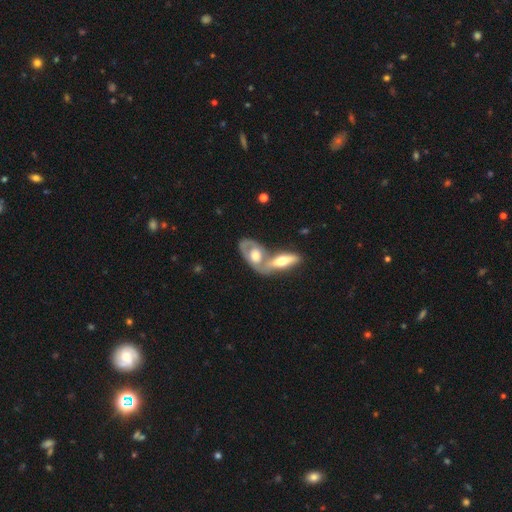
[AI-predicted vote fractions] Morphology: type=featured or disk (59%); edge-on=no (75%); merging=merger (59%).